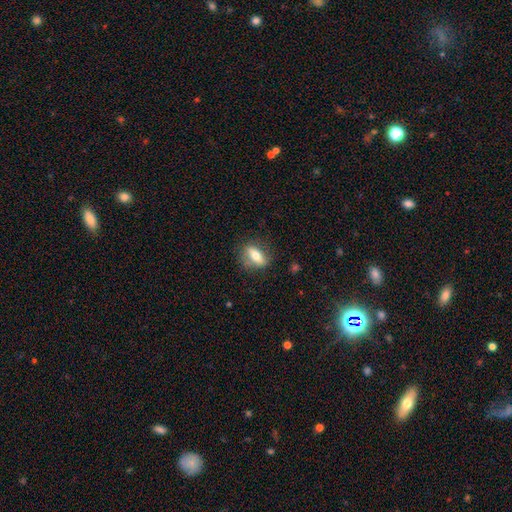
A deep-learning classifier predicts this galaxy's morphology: A smooth galaxy with no disk features (57%) that is in between round and cigar-shaped (72%). Merging: none (78%).